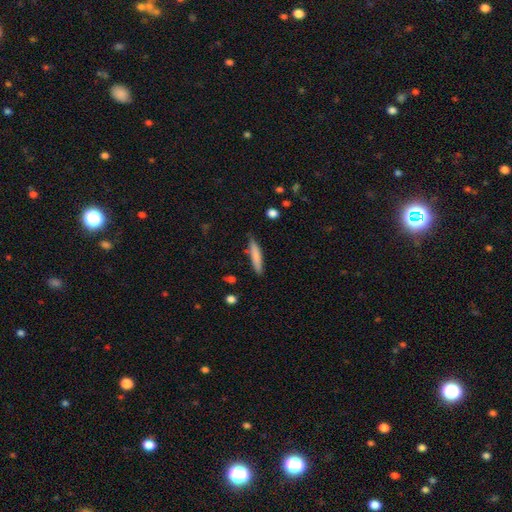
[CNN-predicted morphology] type=smooth (79%); roundness=cigar-shaped (88%); merging=none (80%).